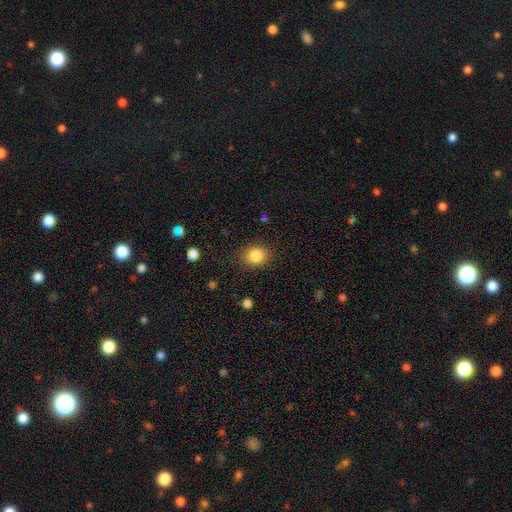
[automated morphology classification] A smooth galaxy with no disk features (85%) that is round (64%). Merging: none (84%).